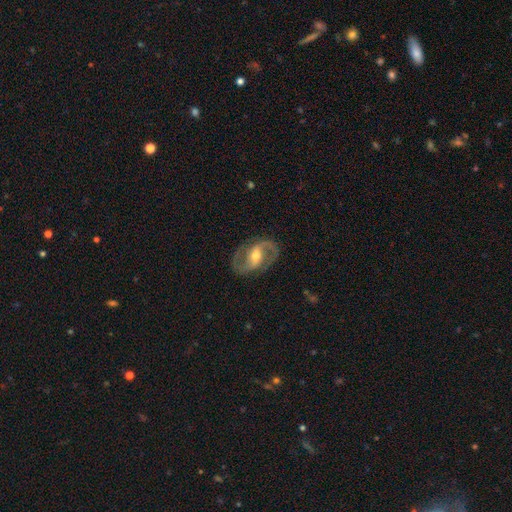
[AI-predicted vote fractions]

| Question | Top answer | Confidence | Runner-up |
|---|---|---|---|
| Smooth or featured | featured or disk | 90% | smooth (6%) |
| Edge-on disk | no | 97% | yes (3%) |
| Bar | weak | 44% | strong (37%) |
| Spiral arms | yes | 96% | no (4%) |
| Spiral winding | medium | 57% | loose (28%) |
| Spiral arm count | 2 | 93% | can't tell (2%) |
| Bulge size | moderate | 65% | small (29%) |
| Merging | none | 84% | minor disturbance (11%) |